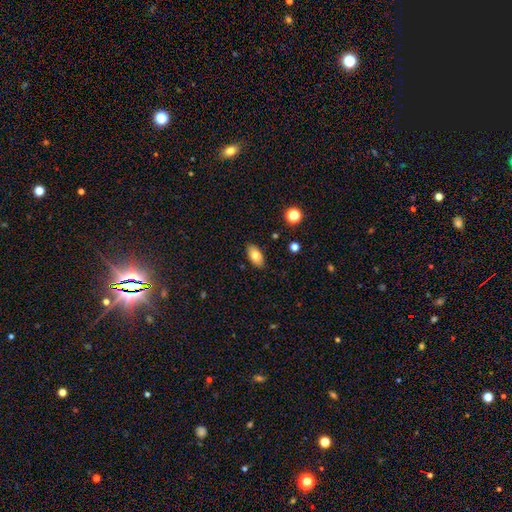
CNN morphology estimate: smooth_or_featured: smooth (p=0.79) [alt: featured or disk p=0.13]
how_rounded: in between (p=0.91) [alt: round p=0.05]
merging: none (p=0.87) [alt: minor disturbance p=0.09]